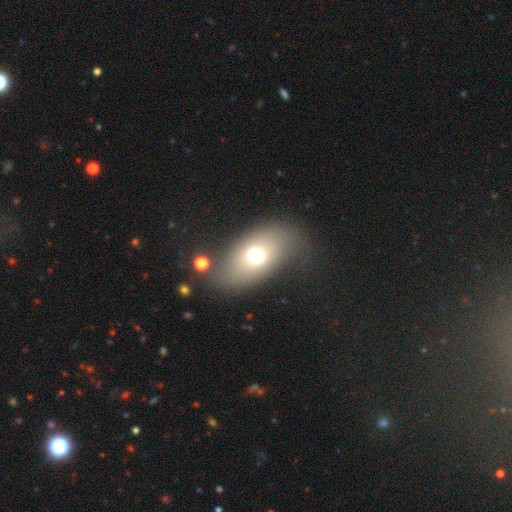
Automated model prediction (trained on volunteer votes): Smooth or featured?
  - smooth: 65% *
  - featured or disk: 22%
  - star or artifact: 13%
How rounded?
  - in between: 84% *
  - round: 13%
  - cigar-shaped: 3%
Merging?
  - none: 72% *
  - minor disturbance: 14%
  - major disturbance: 10%
  - merger: 4%